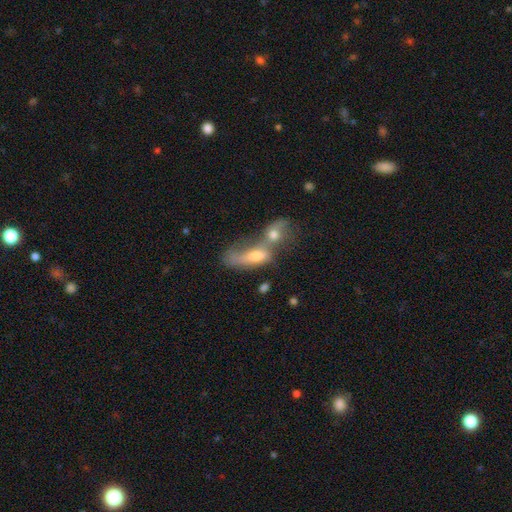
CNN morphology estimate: type=smooth (57%); roundness=in between (66%); merging=merger (74%).